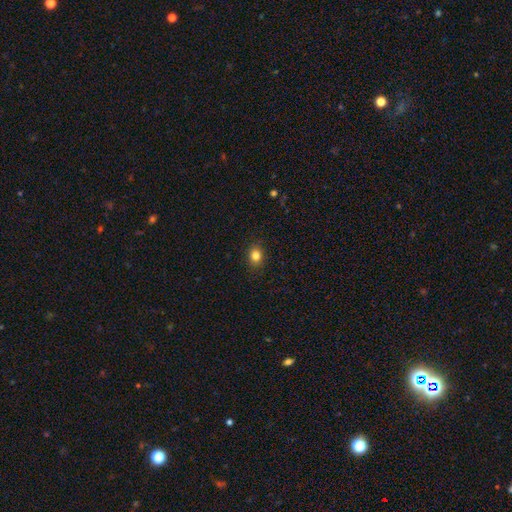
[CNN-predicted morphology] Smooth or featured? smooth (83%)
How rounded? round (55%)
Merging? none (89%)